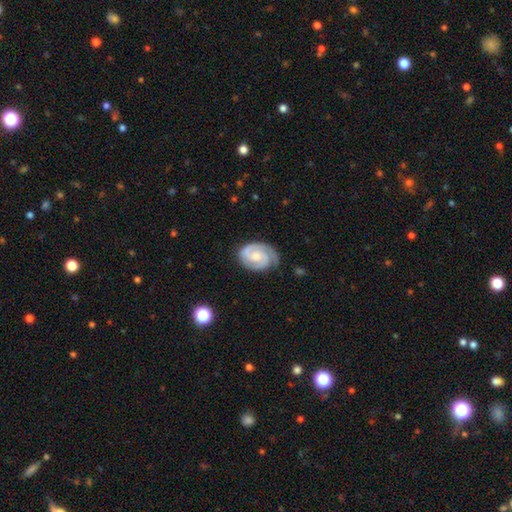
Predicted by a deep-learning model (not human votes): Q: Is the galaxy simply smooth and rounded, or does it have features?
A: featured or disk — 85%.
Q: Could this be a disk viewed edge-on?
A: no — 98%.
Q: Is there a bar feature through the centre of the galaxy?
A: no — 60%.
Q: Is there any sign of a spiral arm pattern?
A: yes — 98%.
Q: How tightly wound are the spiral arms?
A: tight — 63%.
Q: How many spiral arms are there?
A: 2 — 82%.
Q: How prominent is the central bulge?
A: small — 43%.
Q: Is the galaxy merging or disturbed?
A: none — 76%.